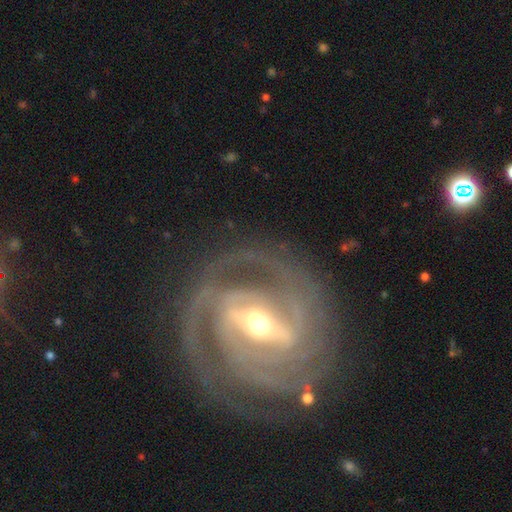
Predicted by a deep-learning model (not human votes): Q: Smooth or featured?
A: featured or disk (91%); runner-up: star or artifact (5%)
Q: Edge-on disk?
A: no (96%); runner-up: yes (4%)
Q: Bar?
A: strong (67%); runner-up: weak (25%)
Q: Spiral arms?
A: yes (97%); runner-up: no (3%)
Q: Spiral winding?
A: tight (69%); runner-up: medium (27%)
Q: Spiral arm count?
A: 2 (31%); runner-up: 3 (30%)
Q: Bulge size?
A: moderate (54%); runner-up: small (41%)
Q: Merging?
A: none (77%); runner-up: minor disturbance (14%)